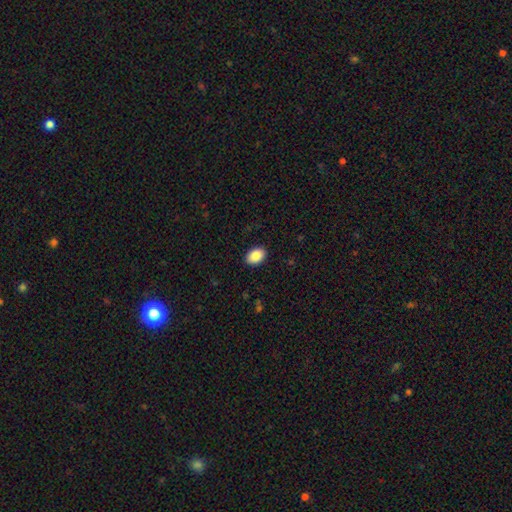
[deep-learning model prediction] smooth-or-featured: smooth: 89% | star or artifact: 7% | featured or disk: 4%
  how-rounded: in between: 86% | round: 13% | cigar-shaped: 1%
  merging: none: 90% | minor disturbance: 7% | major disturbance: 2% | merger: 1%